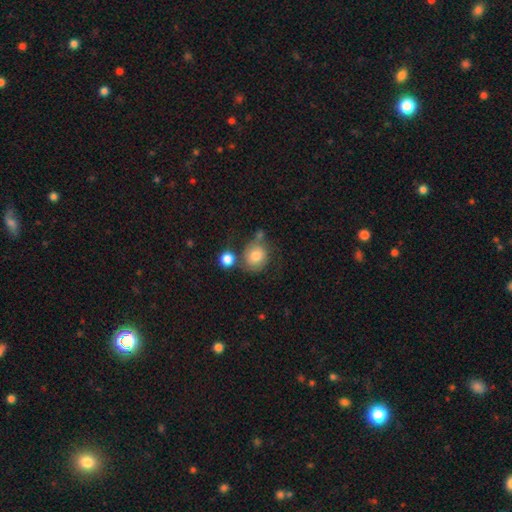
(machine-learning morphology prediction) smooth_or_featured: smooth (p=0.70) [alt: featured or disk p=0.21]
how_rounded: round (p=0.80) [alt: in between p=0.19]
merging: none (p=0.49) [alt: merger p=0.21]